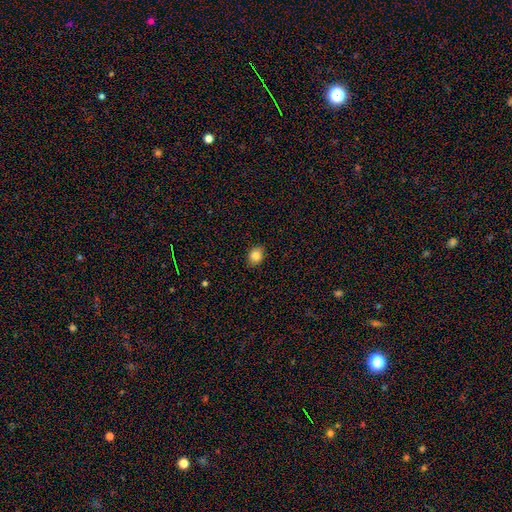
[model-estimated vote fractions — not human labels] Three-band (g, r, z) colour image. It shows a smooth galaxy with no disk features (84%) that is in between round and cigar-shaped (60%). Merging: none (88%).